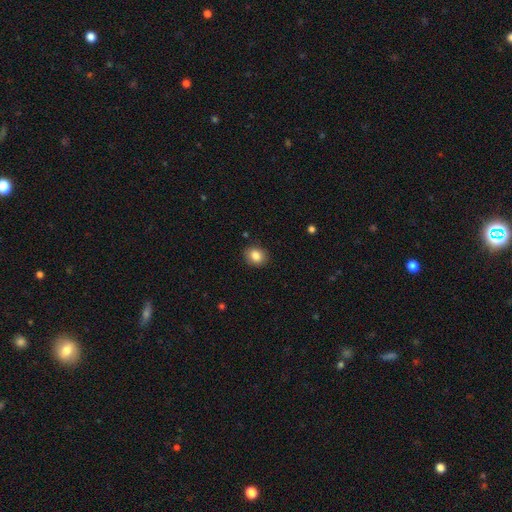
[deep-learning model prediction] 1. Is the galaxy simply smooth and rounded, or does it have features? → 84% smooth, 9% star or artifact, 7% featured or disk.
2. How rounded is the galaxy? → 58% round, 41% in between, 1% cigar-shaped.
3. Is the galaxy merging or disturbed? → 88% none, 9% minor disturbance, 2% major disturbance, 1% merger.